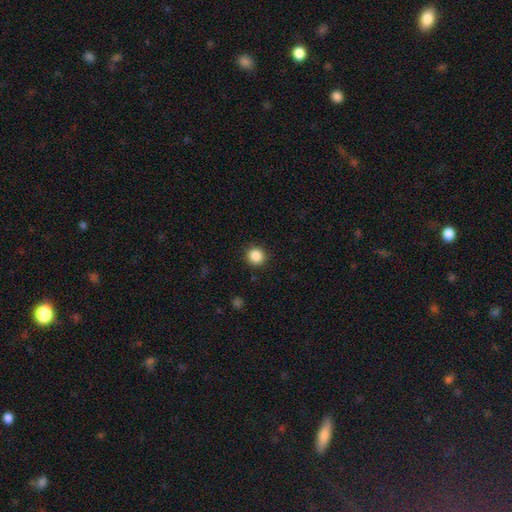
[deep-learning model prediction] smooth-or-featured: smooth: 87% | star or artifact: 10% | featured or disk: 3%
  how-rounded: round: 93% | in between: 6% | cigar-shaped: 1%
  merging: none: 91% | minor disturbance: 6% | major disturbance: 2% | merger: 1%